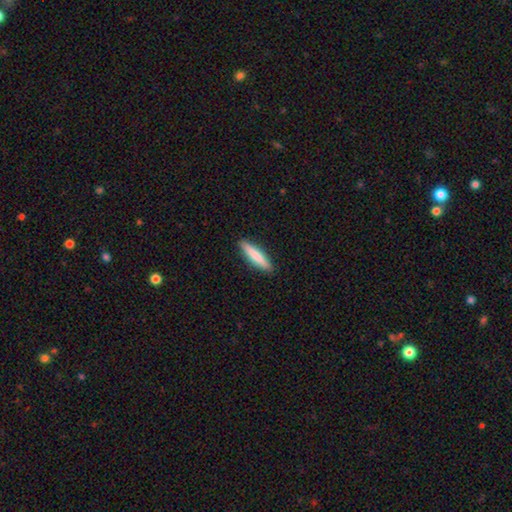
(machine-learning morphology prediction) Smooth or featured?
  - smooth: 76% *
  - featured or disk: 19%
  - star or artifact: 5%
How rounded?
  - cigar-shaped: 86% *
  - in between: 13%
  - round: 1%
Merging?
  - none: 91% *
  - minor disturbance: 6%
  - major disturbance: 1%
  - merger: 1%